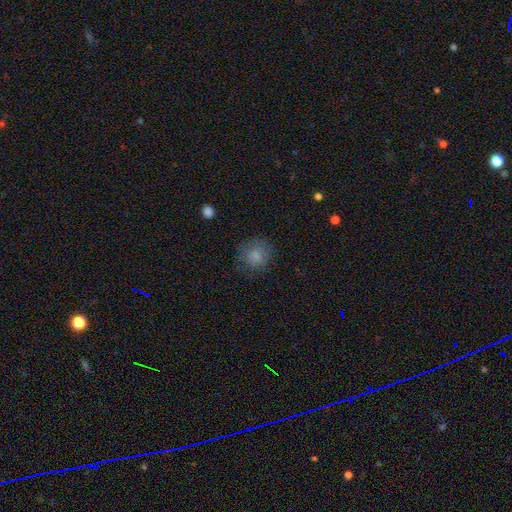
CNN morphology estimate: A smooth galaxy with no disk features (81%) that is round (84%). Merging: none (72%).